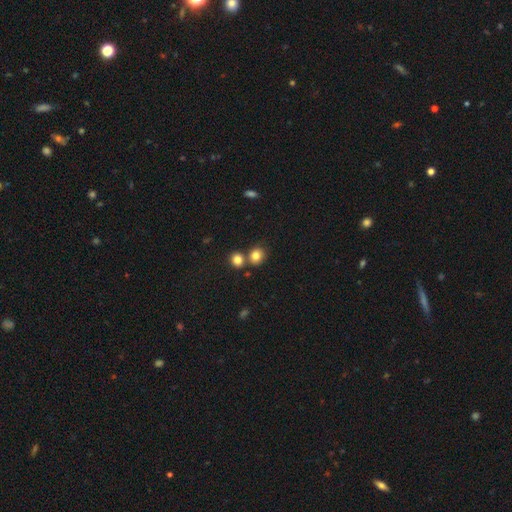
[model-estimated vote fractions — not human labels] This is clearly a smooth galaxy (82%). How rounded: likely round (74%). Merging: likely none (63%).